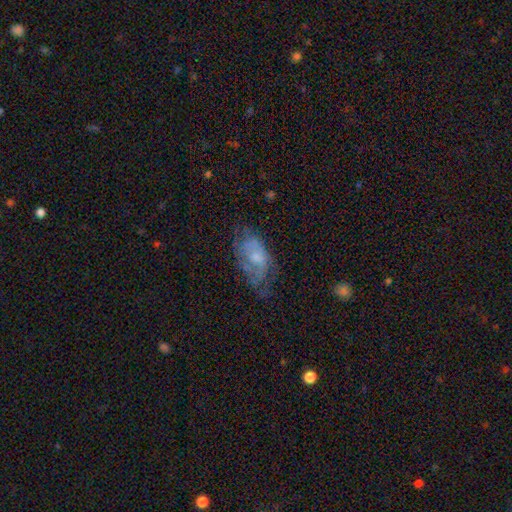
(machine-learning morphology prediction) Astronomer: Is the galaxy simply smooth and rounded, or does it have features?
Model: featured or disk — 54% (runner-up: smooth, 38%).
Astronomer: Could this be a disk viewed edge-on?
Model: no — 93%.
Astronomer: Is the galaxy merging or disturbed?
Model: none — 46% (runner-up: minor disturbance, 30%).